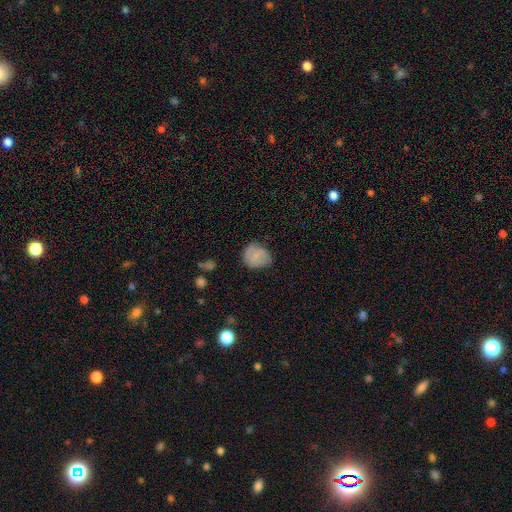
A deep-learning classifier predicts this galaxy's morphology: Q: Smooth or featured?
A: smooth (67%); runner-up: featured or disk (25%)
Q: How rounded?
A: round (63%); runner-up: in between (36%)
Q: Merging?
A: none (58%); runner-up: minor disturbance (31%)